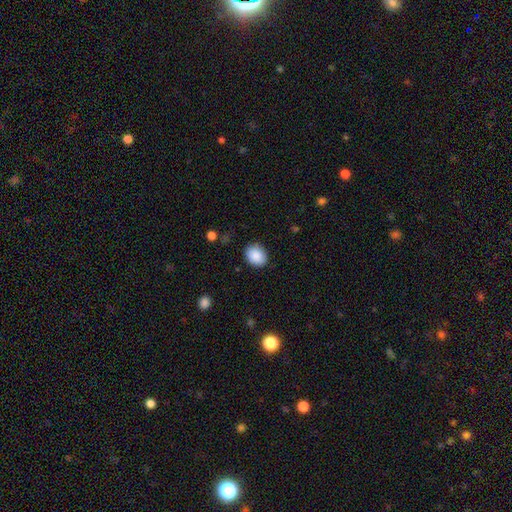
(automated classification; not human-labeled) A smooth galaxy with no disk features (89%) that is round (53%). Merging: none (85%).